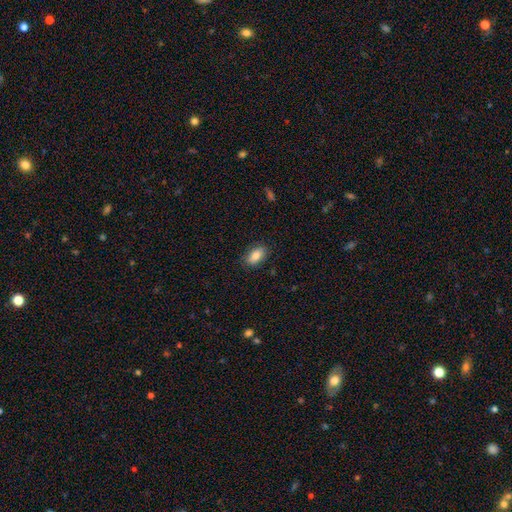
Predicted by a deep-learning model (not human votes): Smooth or featured? smooth (85%)
How rounded? in between (90%)
Merging? none (85%)